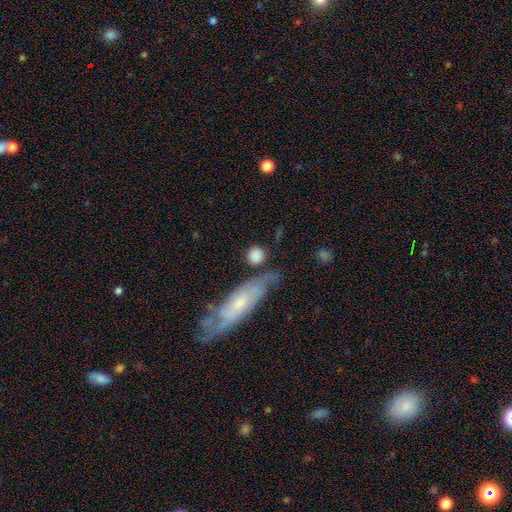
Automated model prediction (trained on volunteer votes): smooth-or-featured: smooth: 83% | featured or disk: 10% | star or artifact: 7%
  how-rounded: round: 82% | in between: 14% | cigar-shaped: 5%
  merging: none: 69% | minor disturbance: 14% | merger: 10% | major disturbance: 7%